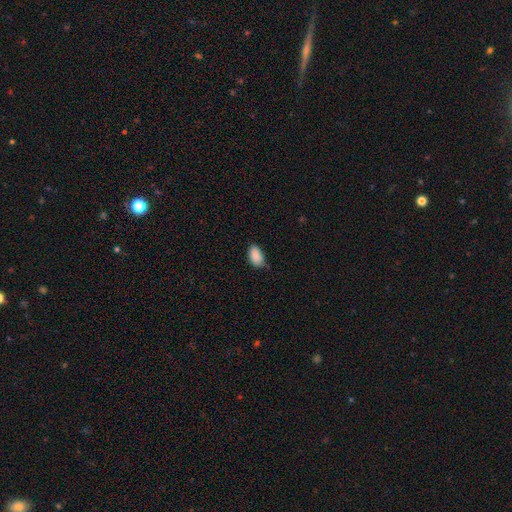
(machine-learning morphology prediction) smooth-or-featured: smooth: 88% | star or artifact: 8% | featured or disk: 4%
  how-rounded: in between: 93% | round: 5% | cigar-shaped: 2%
  merging: none: 62% | minor disturbance: 31% | major disturbance: 5% | merger: 2%